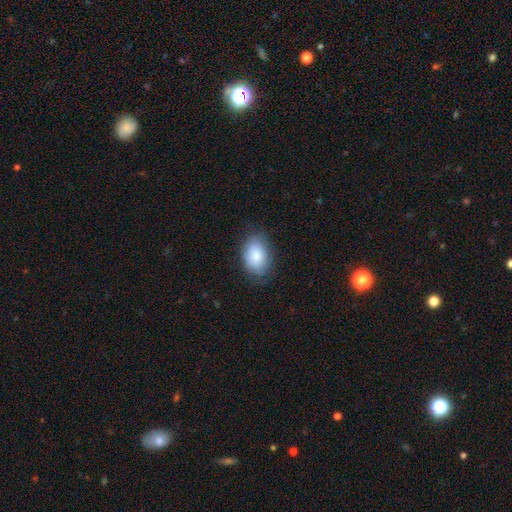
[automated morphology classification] smooth 81%, featured or disk 12%, star or artifact 7%. Down the decision tree: how rounded — in between (85%); merging — none (73%).